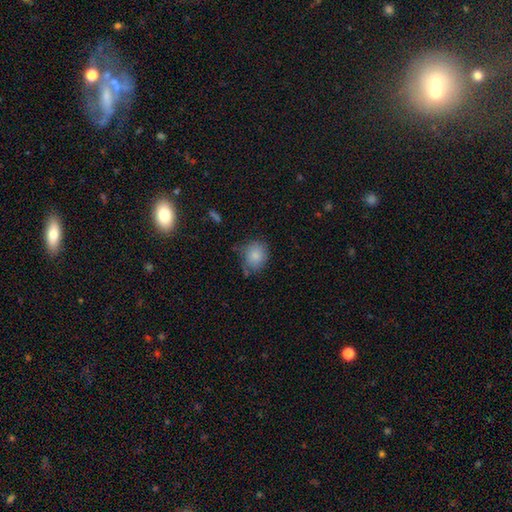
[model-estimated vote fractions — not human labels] Smooth or featured?
  - smooth: 84% *
  - star or artifact: 9%
  - featured or disk: 8%
How rounded?
  - round: 74% *
  - in between: 25%
  - cigar-shaped: 1%
Merging?
  - none: 67% *
  - minor disturbance: 24%
  - major disturbance: 6%
  - merger: 4%